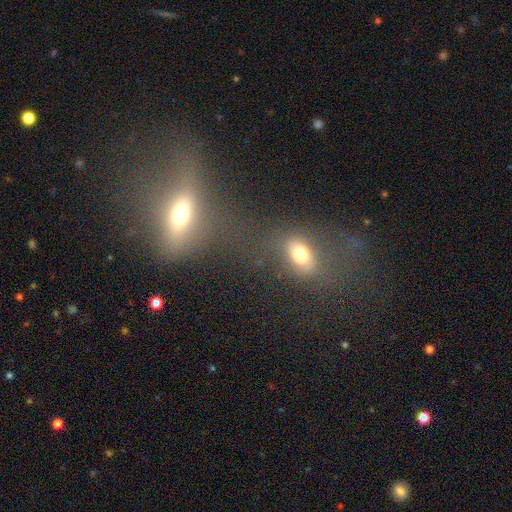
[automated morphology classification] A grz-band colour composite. It shows a smooth galaxy with no disk features (43%). Merging: merger (63%).